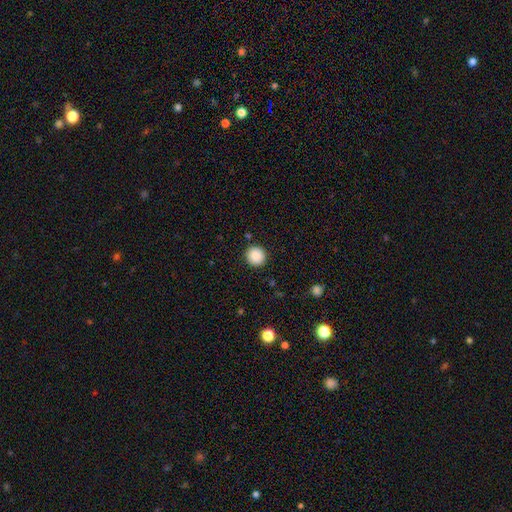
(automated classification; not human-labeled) smooth_or_featured: smooth (p=0.88) [alt: star or artifact p=0.09]
how_rounded: round (p=0.93) [alt: in between p=0.06]
merging: none (p=0.91) [alt: minor disturbance p=0.06]